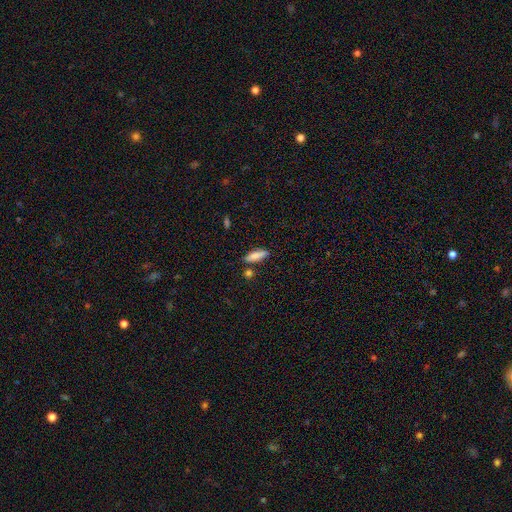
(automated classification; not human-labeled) Smooth or featured: smooth — 80% (featured or disk — 13%)
How rounded: cigar-shaped — 53% (in between — 45%)
Merging: none — 79% (minor disturbance — 13%)